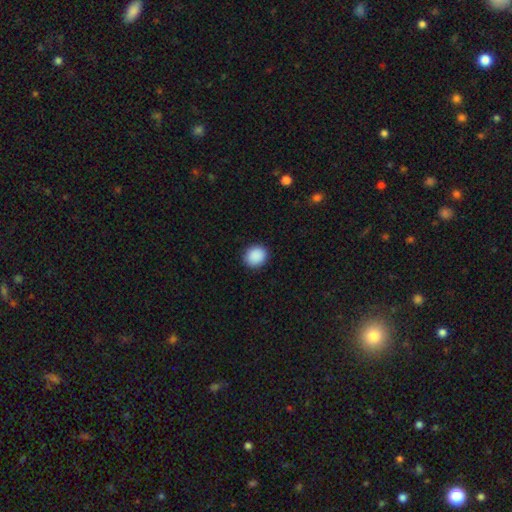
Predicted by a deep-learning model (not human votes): smooth_or_featured: smooth (p=0.90) [alt: star or artifact p=0.08]
how_rounded: round (p=0.80) [alt: in between p=0.20]
merging: none (p=0.90) [alt: minor disturbance p=0.07]